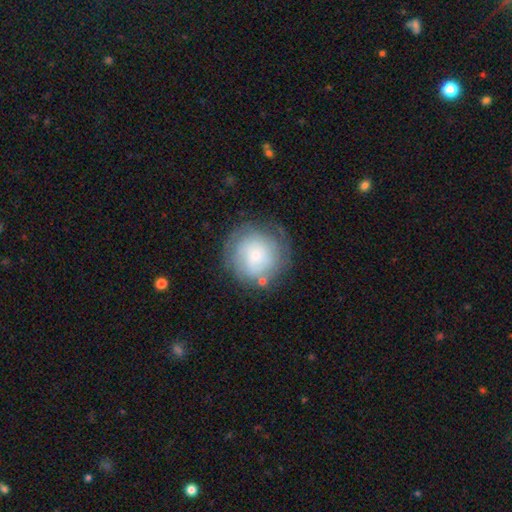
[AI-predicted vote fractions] This appears to be a smooth galaxy with no disk features (50%). Merging: none (72%).